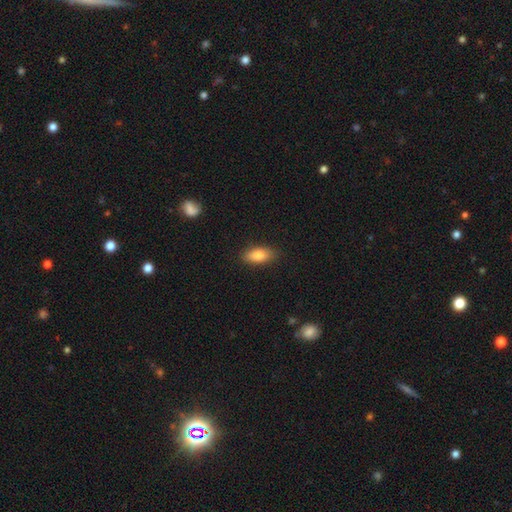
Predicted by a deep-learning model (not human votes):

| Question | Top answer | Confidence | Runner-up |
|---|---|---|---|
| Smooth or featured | smooth | 83% | featured or disk (10%) |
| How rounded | in between | 86% | cigar-shaped (10%) |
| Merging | none | 86% | minor disturbance (10%) |